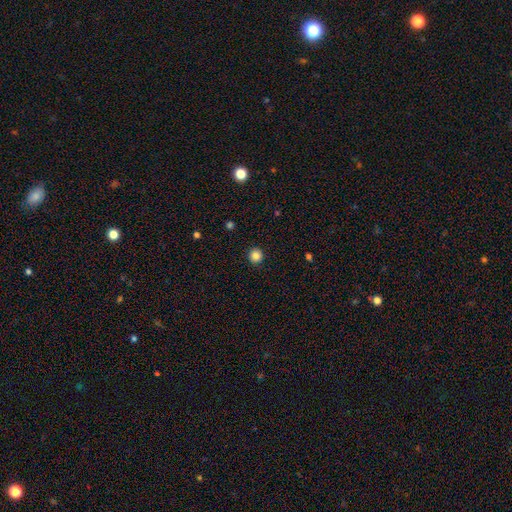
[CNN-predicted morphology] This is clearly a smooth galaxy (85%). How rounded: clearly round (94%). Merging: clearly none (93%).